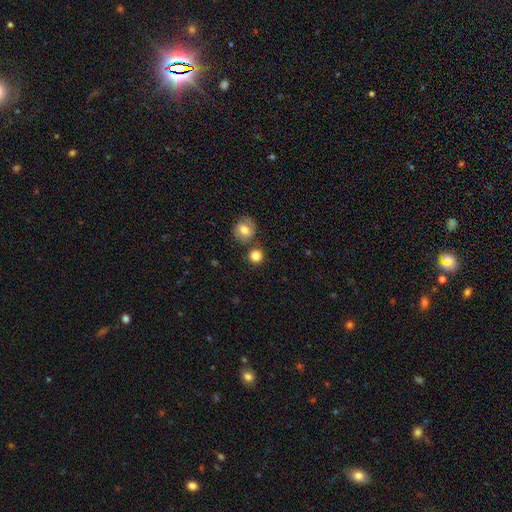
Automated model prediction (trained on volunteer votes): The model was most divided on "merging": none: 74%, merger: 14%, minor disturbance: 9%, major disturbance: 3%. More confident: how rounded — round (91%); smooth or featured — smooth (82%).